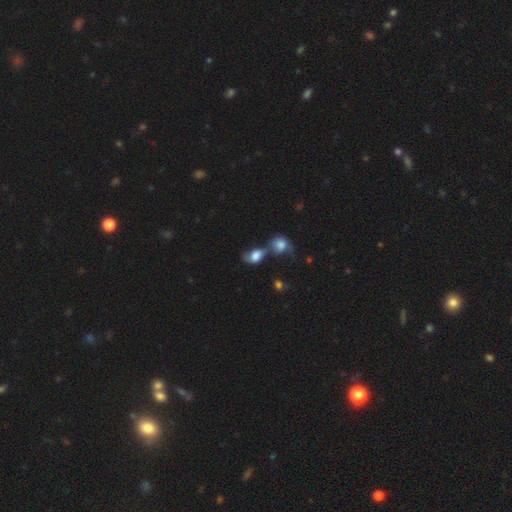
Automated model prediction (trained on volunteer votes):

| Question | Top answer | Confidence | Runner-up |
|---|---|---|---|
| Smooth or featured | smooth | 69% | featured or disk (21%) |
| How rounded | in between | 72% | round (26%) |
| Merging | merger | 55% | none (21%) |